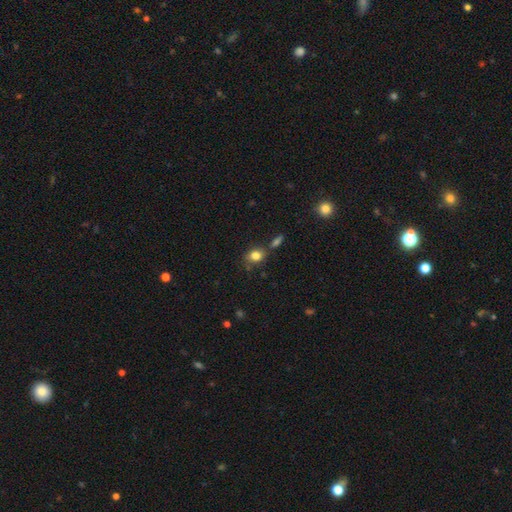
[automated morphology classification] smooth 82%, star or artifact 11%, featured or disk 8%. Down the decision tree: how rounded — in between (58%); merging — none (68%).